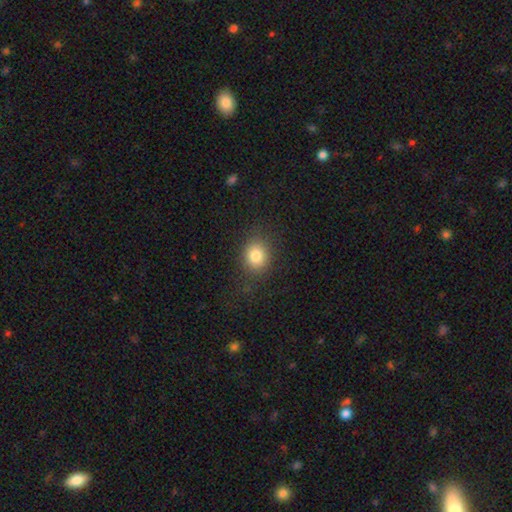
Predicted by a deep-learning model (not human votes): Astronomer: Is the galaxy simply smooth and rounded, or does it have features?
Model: smooth — 81%.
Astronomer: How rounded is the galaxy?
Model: round — 67%.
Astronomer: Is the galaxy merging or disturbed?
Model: none — 82%.